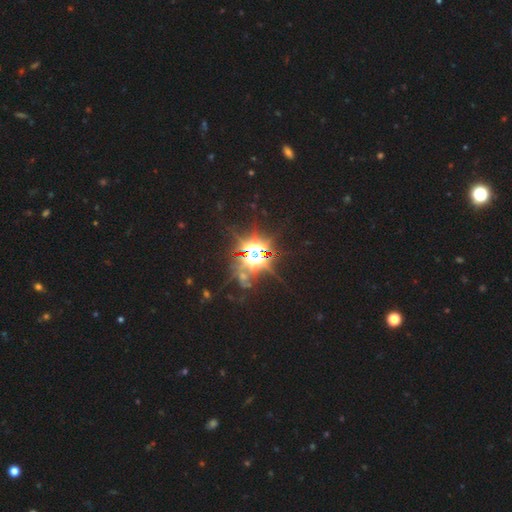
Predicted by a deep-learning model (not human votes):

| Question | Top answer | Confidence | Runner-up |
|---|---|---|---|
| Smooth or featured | star or artifact | 79% | featured or disk (11%) |